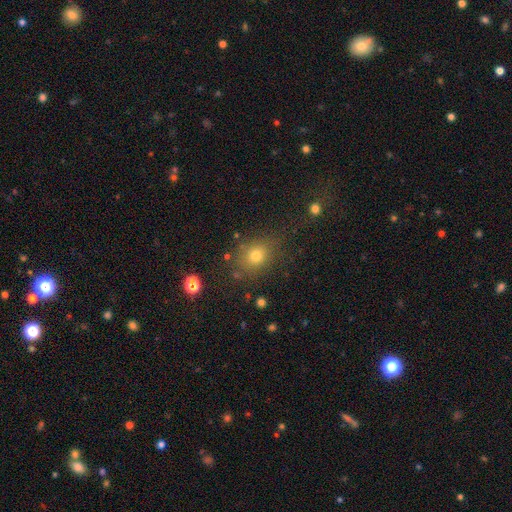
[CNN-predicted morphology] smooth_or_featured: smooth (p=0.73) [alt: star or artifact p=0.17]
how_rounded: round (p=0.64) [alt: in between p=0.35]
merging: none (p=0.77) [alt: minor disturbance p=0.14]